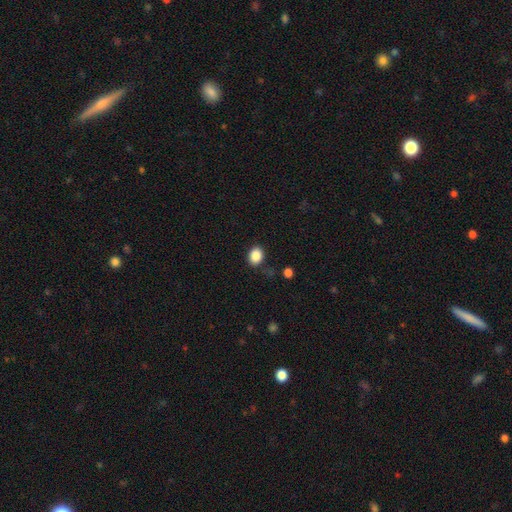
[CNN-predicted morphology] This appears to be a smooth galaxy with no disk features (87%) that is in between round and cigar-shaped (58%). Merging: none (82%).